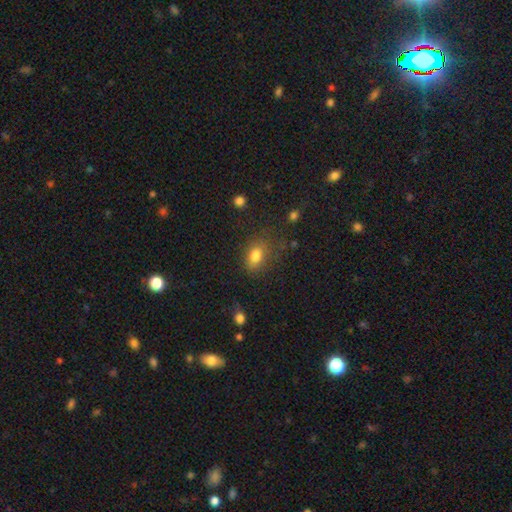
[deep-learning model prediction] smooth-or-featured: smooth: 80% | star or artifact: 11% | featured or disk: 8%
  how-rounded: in between: 73% | round: 25% | cigar-shaped: 2%
  merging: none: 67% | minor disturbance: 21% | major disturbance: 10% | merger: 3%